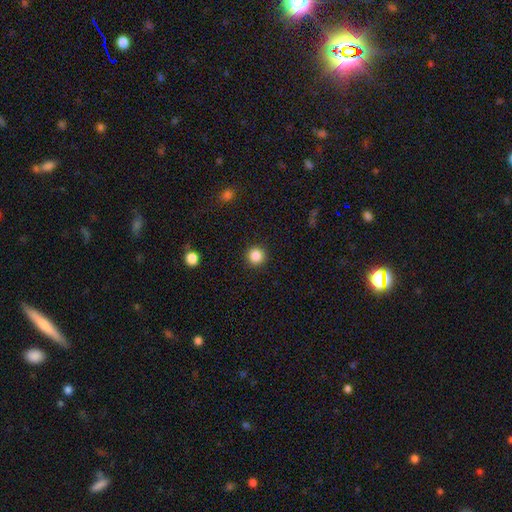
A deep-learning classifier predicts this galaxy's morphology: Smooth or featured? smooth (86%)
How rounded? round (95%)
Merging? none (92%)